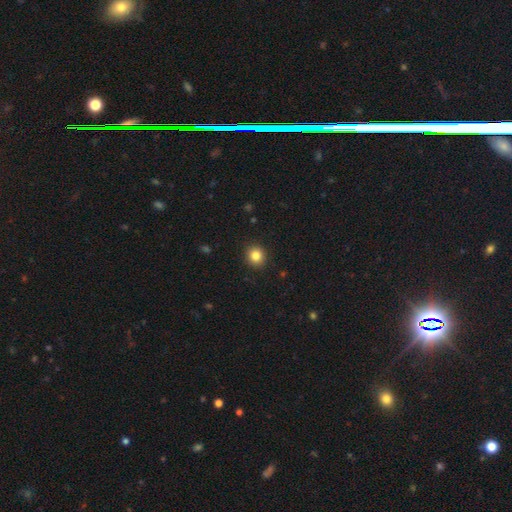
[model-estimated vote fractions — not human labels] Smooth or featured?
  - smooth: 84% *
  - star or artifact: 11%
  - featured or disk: 6%
How rounded?
  - round: 88% *
  - in between: 11%
  - cigar-shaped: 1%
Merging?
  - none: 92% *
  - minor disturbance: 5%
  - major disturbance: 2%
  - merger: 1%